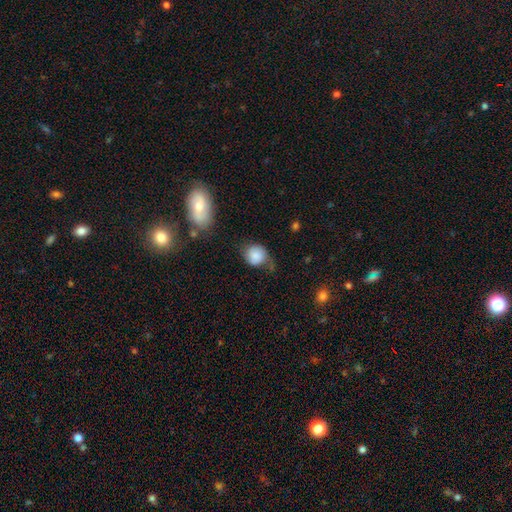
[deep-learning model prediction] This appears to be a smooth galaxy with no disk features (79%) that is round (79%). Merging: none (46%).